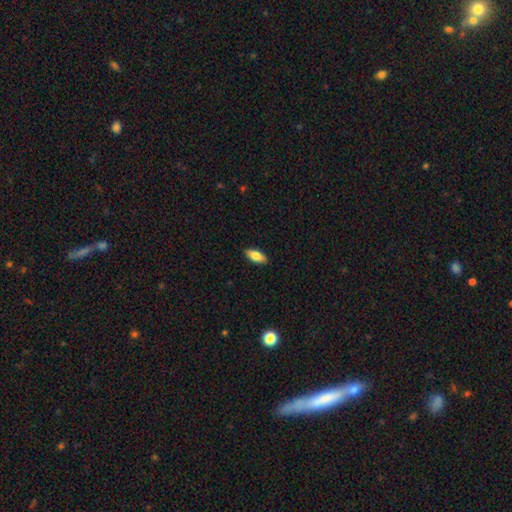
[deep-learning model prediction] Smooth or featured?
  - smooth: 79% *
  - featured or disk: 14%
  - star or artifact: 6%
How rounded?
  - in between: 83% *
  - cigar-shaped: 15%
  - round: 2%
Merging?
  - none: 89% *
  - minor disturbance: 8%
  - major disturbance: 2%
  - merger: 1%